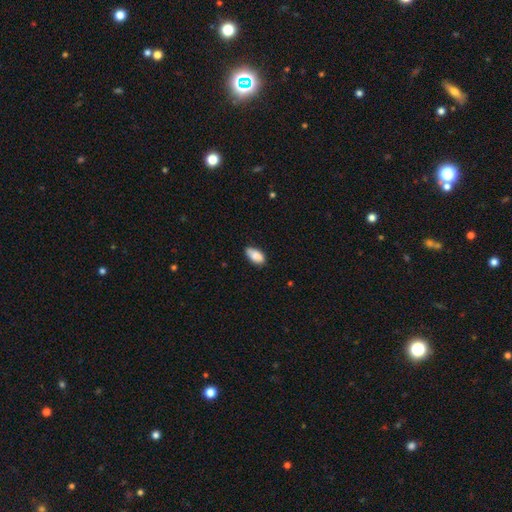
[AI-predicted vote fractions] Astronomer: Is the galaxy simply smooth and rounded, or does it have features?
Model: smooth — 85%.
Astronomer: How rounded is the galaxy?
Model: in between — 92%.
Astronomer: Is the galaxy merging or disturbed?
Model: none — 71%.